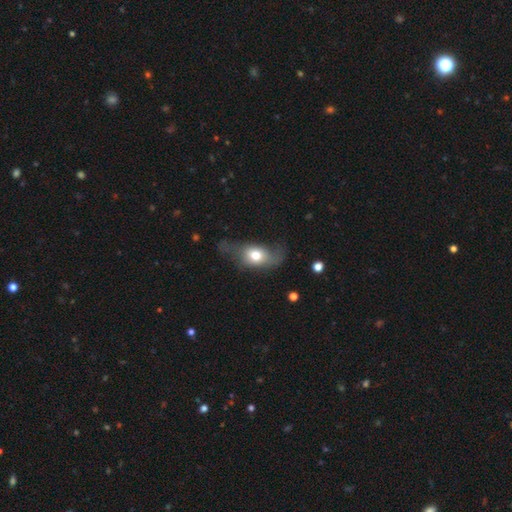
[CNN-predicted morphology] smooth_or_featured: smooth (p=0.59) [alt: featured or disk p=0.32]
how_rounded: in between (p=0.72) [alt: round p=0.24]
merging: major disturbance (p=0.35) [alt: none p=0.34]